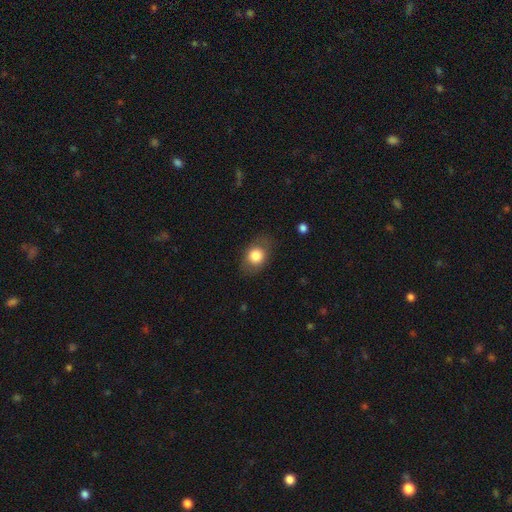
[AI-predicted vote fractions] The model was most divided on "how rounded": in between: 59%, round: 40%, cigar-shaped: 1%. More confident: merging — none (78%); smooth or featured — smooth (78%).